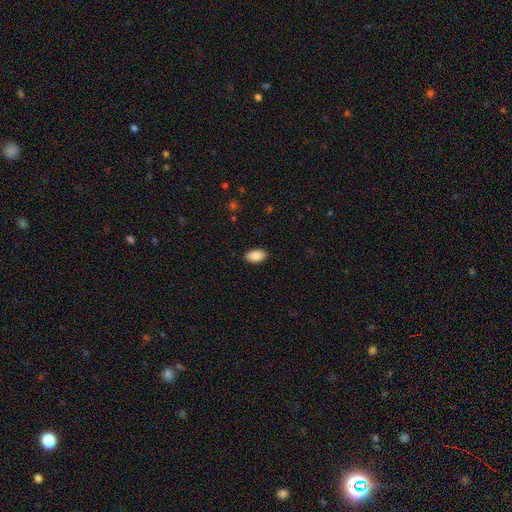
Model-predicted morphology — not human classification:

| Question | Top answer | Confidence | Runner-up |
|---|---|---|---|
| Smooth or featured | smooth | 90% | star or artifact (7%) |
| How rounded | in between | 94% | round (4%) |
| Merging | none | 89% | minor disturbance (8%) |